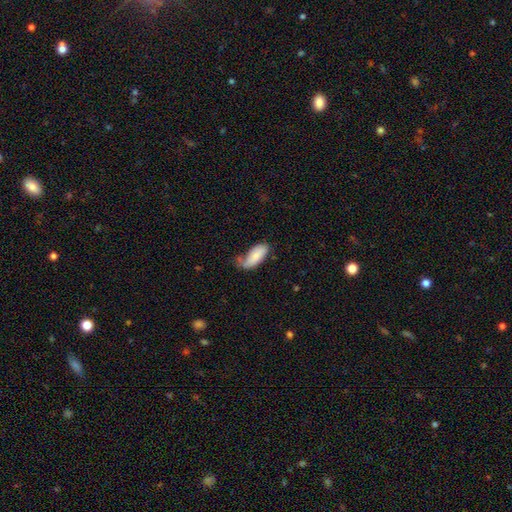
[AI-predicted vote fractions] This is likely a smooth galaxy (80%). How rounded: clearly in between (87%). Merging: marginally none (42%).